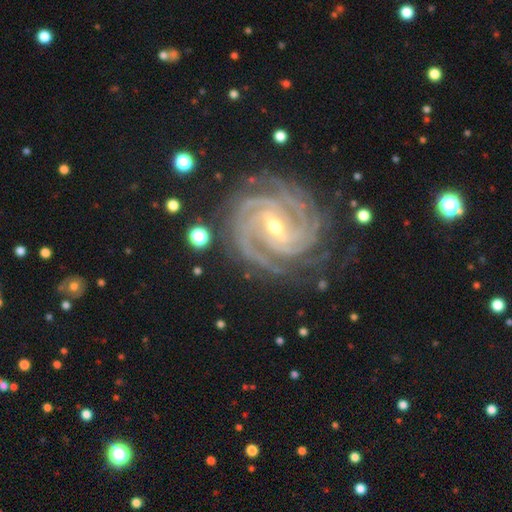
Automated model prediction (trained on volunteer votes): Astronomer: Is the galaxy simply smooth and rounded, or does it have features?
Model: featured or disk — 93%.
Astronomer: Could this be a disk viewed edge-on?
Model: no — 98%.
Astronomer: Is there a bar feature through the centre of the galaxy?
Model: strong — 51% (runner-up: weak, 38%).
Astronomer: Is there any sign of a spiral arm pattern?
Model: yes — 99%.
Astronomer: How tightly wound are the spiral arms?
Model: tight — 74%.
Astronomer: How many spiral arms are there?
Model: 4 — 34% (runner-up: 3, 28%).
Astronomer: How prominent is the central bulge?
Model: moderate — 49% (runner-up: small, 47%).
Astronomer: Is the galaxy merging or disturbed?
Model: none — 78%.